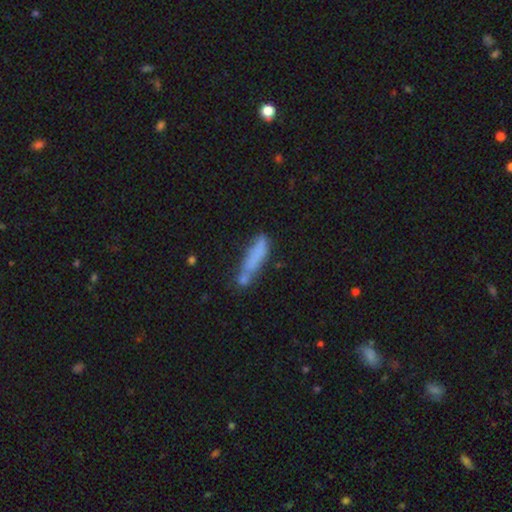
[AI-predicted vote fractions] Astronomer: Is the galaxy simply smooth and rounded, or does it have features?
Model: smooth — 72%.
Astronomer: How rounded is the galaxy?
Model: cigar-shaped — 78%.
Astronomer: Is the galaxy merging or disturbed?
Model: none — 47% (runner-up: minor disturbance, 23%).